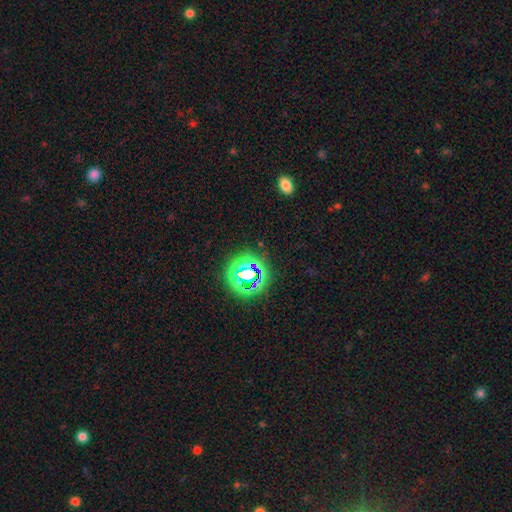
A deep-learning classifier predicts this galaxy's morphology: A star or artifact, not a galaxy (76%).